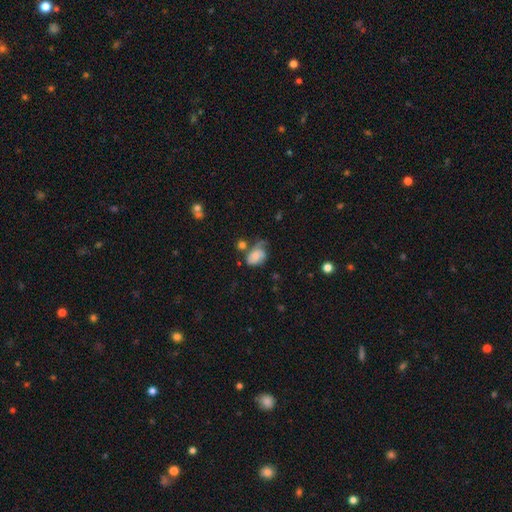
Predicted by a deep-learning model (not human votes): Morphology: type=smooth (54%); roundness=in between (75%); merging=minor disturbance (31%).